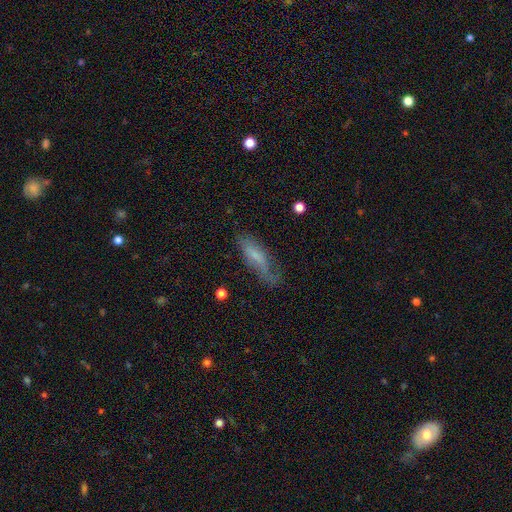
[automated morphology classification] This is possibly a smooth galaxy (59%). How rounded: possibly cigar-shaped (53%). Merging: possibly none (53%).